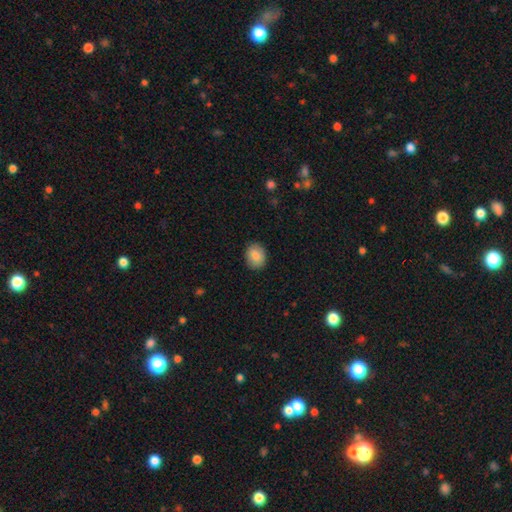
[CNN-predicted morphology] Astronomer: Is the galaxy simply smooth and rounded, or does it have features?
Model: smooth — 87%.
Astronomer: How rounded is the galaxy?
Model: in between — 54% (runner-up: round, 45%).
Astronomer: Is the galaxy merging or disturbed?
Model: none — 89%.